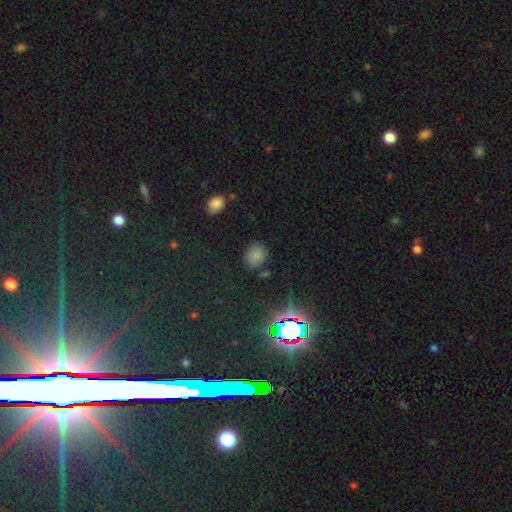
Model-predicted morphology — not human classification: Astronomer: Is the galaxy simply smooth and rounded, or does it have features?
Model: smooth — 72%.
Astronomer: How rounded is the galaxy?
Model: round — 67%.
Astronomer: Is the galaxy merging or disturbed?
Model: none — 76%.